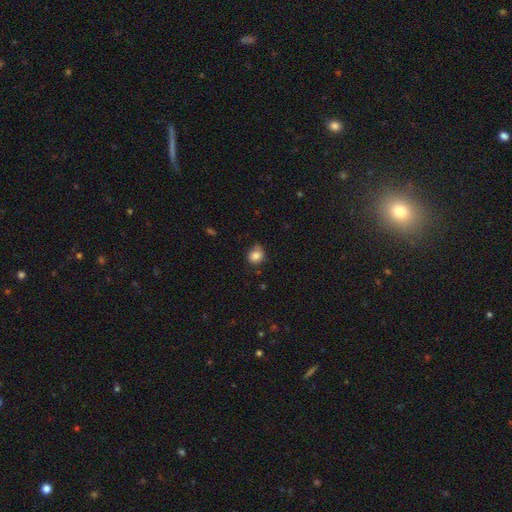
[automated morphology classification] A smooth galaxy with no disk features (83%) that is round (69%). Merging: none (60%).